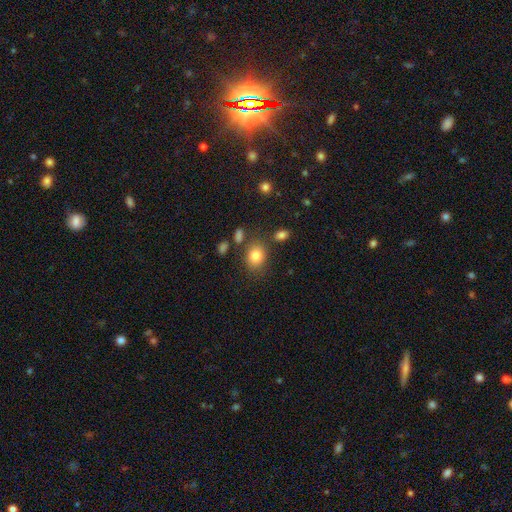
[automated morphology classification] Overall: smooth (81%). How rounded: round (54%; in between 45%). Merging: none (77%).